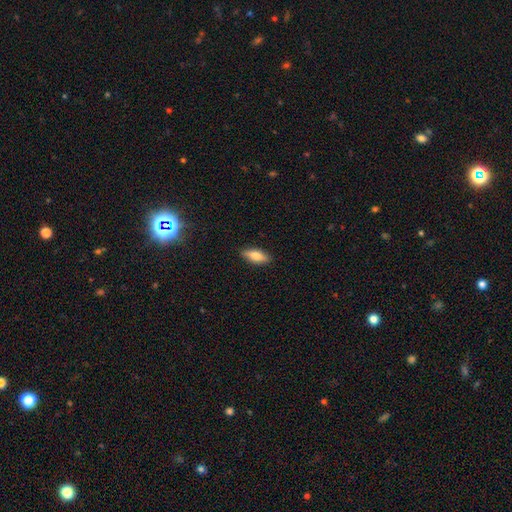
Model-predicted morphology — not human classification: smooth-or-featured: smooth: 71% | featured or disk: 22% | star or artifact: 7%
  how-rounded: in between: 67% | cigar-shaped: 30% | round: 3%
  merging: none: 87% | minor disturbance: 10% | major disturbance: 2% | merger: 1%